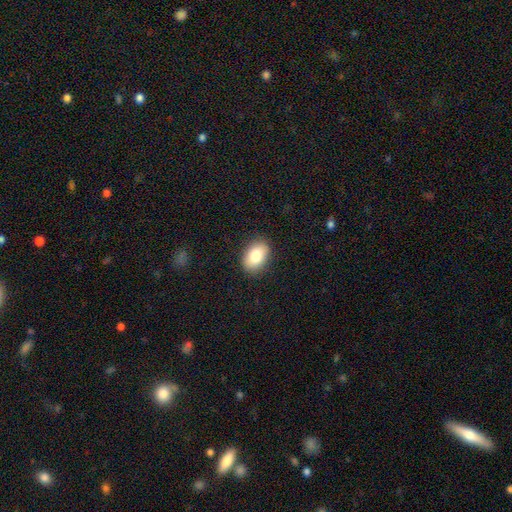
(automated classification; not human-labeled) Smooth or featured? Predicted: smooth (p=0.83). How rounded? Predicted: in between (p=0.86). Merging? Predicted: none (p=0.87).